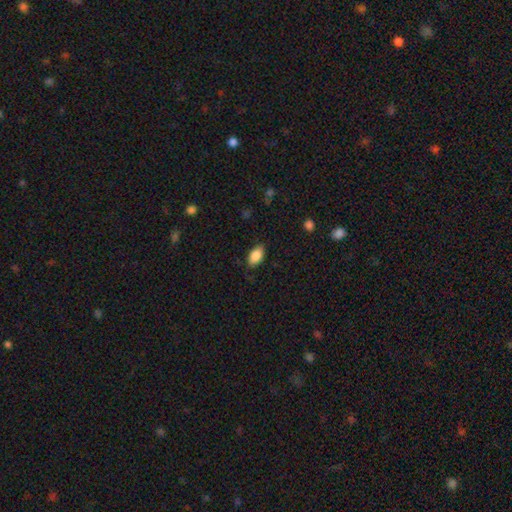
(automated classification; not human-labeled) The model was most divided on "merging": none: 82%, minor disturbance: 14%, major disturbance: 3%, merger: 1%. More confident: how rounded — in between (92%); smooth or featured — smooth (86%).